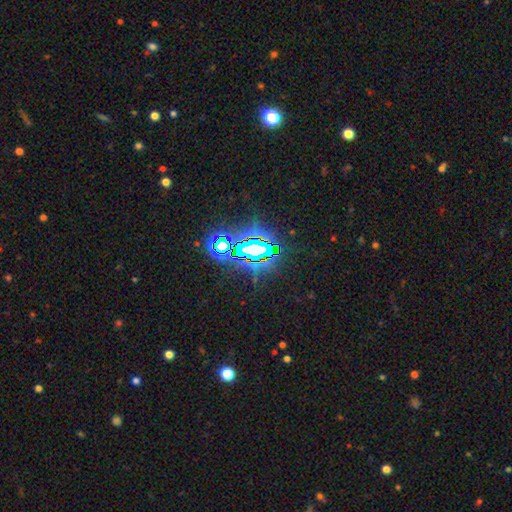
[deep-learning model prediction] Overall: star or artifact (80%).